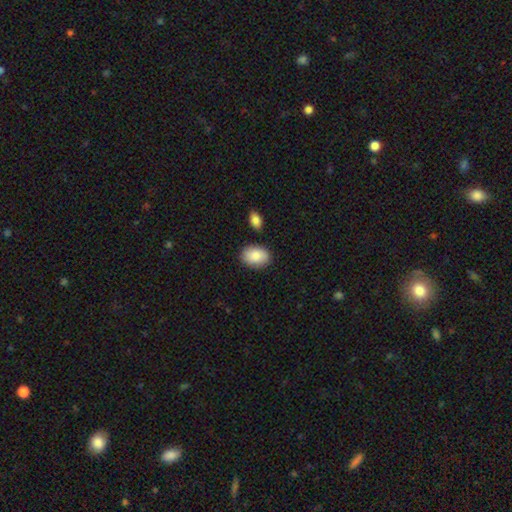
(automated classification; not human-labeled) smooth 85%, featured or disk 8%, star or artifact 6%. Down the decision tree: how rounded — in between (83%); merging — none (83%).